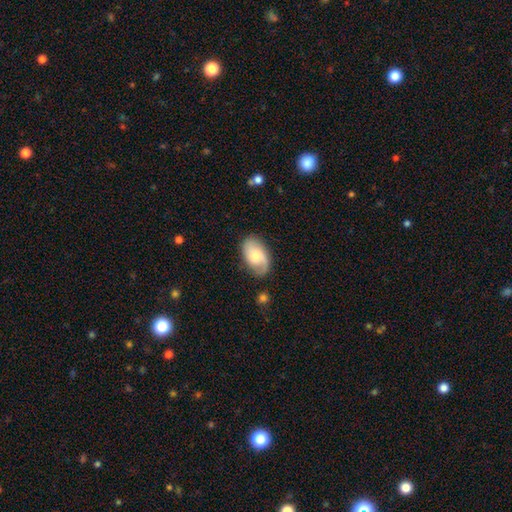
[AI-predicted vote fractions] Smooth or featured?
  - featured or disk: 48% *
  - smooth: 45%
  - star or artifact: 7%
Merging?
  - none: 74% *
  - minor disturbance: 18%
  - major disturbance: 6%
  - merger: 2%